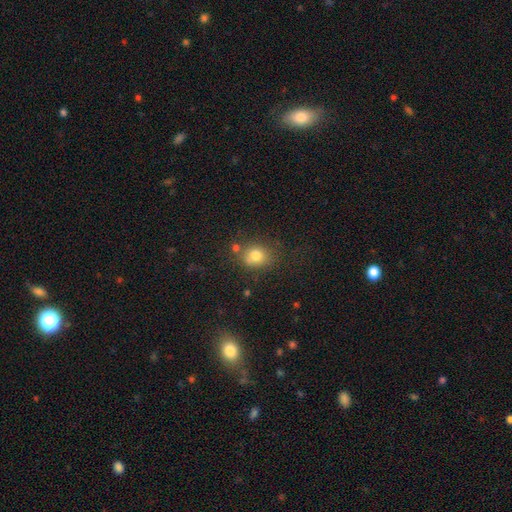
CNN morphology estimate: Q: Smooth or featured?
A: smooth (77%); runner-up: star or artifact (13%)
Q: How rounded?
A: round (62%); runner-up: in between (37%)
Q: Merging?
A: none (64%); runner-up: minor disturbance (18%)